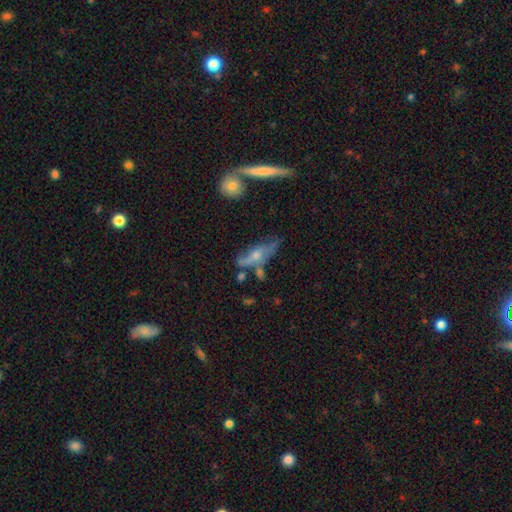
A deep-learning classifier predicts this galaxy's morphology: Q: Smooth or featured?
A: featured or disk (46%); runner-up: smooth (45%)
Q: Merging?
A: none (39%); runner-up: minor disturbance (26%)